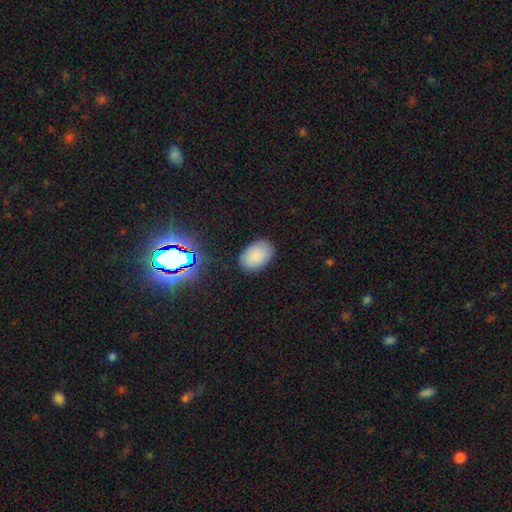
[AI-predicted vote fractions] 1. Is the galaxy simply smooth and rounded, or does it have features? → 84% smooth, 11% star or artifact, 6% featured or disk.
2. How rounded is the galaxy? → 87% in between, 12% round, 1% cigar-shaped.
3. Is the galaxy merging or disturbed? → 86% none, 10% minor disturbance, 3% major disturbance, 1% merger.